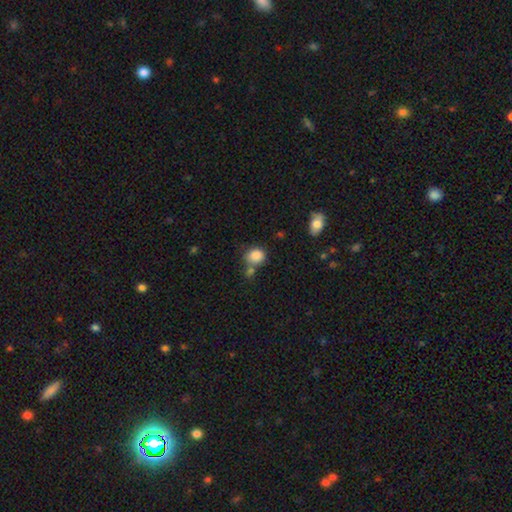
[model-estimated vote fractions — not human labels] Smooth or featured?
  - smooth: 86% *
  - star or artifact: 9%
  - featured or disk: 5%
How rounded?
  - round: 70% *
  - in between: 29%
  - cigar-shaped: 1%
Merging?
  - none: 57% *
  - merger: 20%
  - minor disturbance: 17%
  - major disturbance: 6%